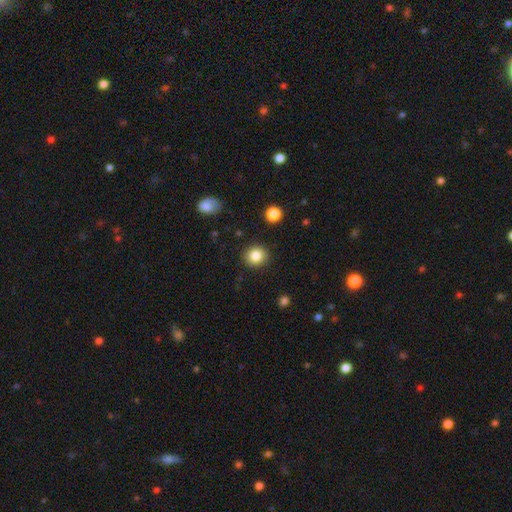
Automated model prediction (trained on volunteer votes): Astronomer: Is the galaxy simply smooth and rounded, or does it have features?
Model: smooth — 84%.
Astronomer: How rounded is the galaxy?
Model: round — 88%.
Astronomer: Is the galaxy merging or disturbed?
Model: none — 89%.